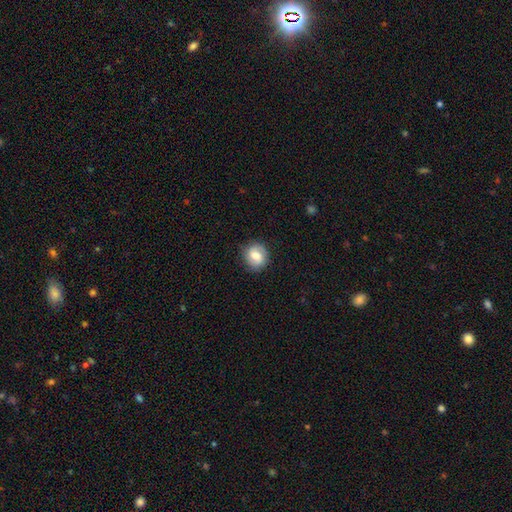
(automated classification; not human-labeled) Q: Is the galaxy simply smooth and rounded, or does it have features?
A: smooth — 63%.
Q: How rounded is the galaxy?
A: round — 79%.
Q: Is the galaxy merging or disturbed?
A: none — 83%.